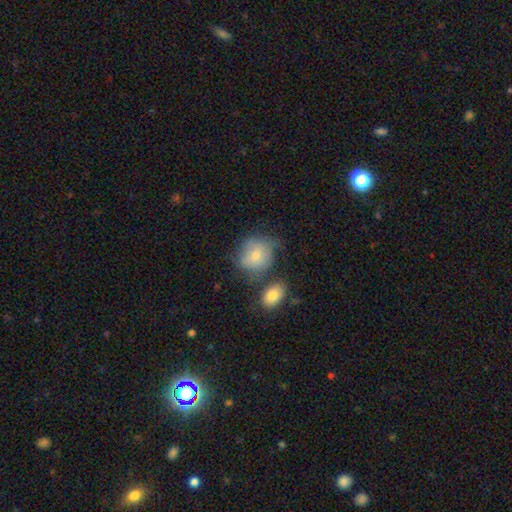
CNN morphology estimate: Smooth or featured?
  - smooth: 72% *
  - featured or disk: 20%
  - star or artifact: 8%
How rounded?
  - round: 69% *
  - in between: 30%
  - cigar-shaped: 1%
Merging?
  - none: 50% *
  - minor disturbance: 26%
  - merger: 12%
  - major disturbance: 12%